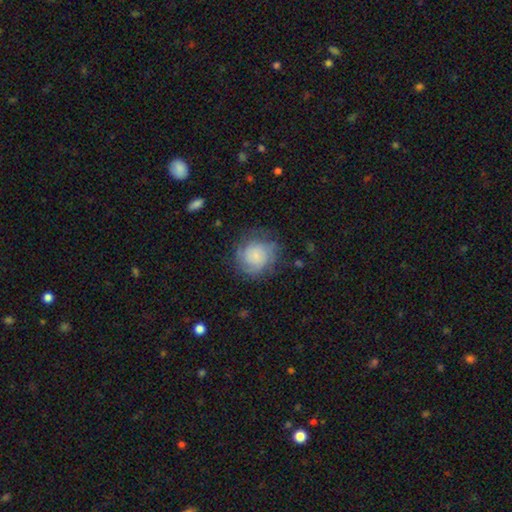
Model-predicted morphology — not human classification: smooth_or_featured: smooth (p=0.50) [alt: featured or disk p=0.40]
how_rounded: round (p=0.87) [alt: in between p=0.12]
merging: none (p=0.65) [alt: minor disturbance p=0.20]